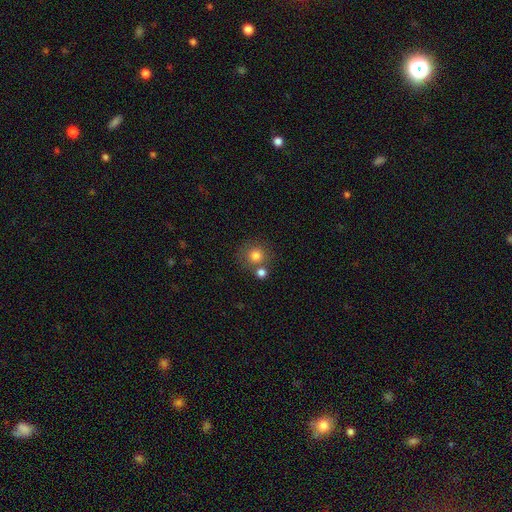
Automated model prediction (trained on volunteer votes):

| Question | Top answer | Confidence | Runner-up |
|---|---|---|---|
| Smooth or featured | smooth | 79% | star or artifact (11%) |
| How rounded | round | 91% | in between (8%) |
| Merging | none | 66% | merger (21%) |